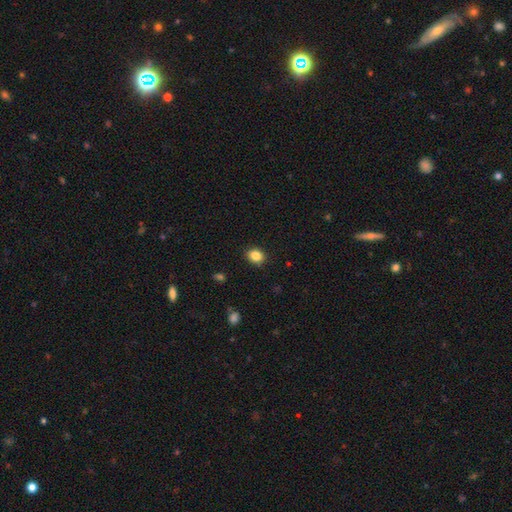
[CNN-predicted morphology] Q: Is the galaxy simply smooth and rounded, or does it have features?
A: smooth — 85%.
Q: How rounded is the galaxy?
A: round — 54%.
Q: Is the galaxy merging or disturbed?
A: none — 87%.